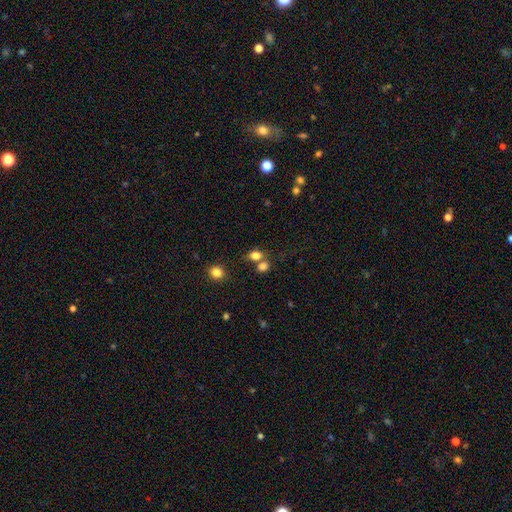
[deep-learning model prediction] Overall: smooth (80%). How rounded: in between (67%; round 31%). Merging: none (47%; merger 38%).